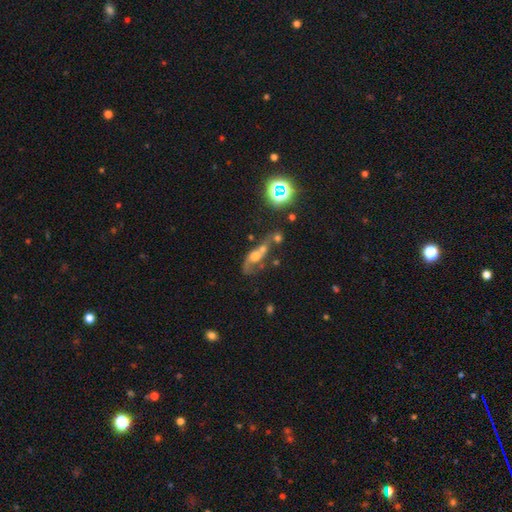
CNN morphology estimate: Smooth or featured?
  - featured or disk: 52% *
  - smooth: 29%
  - star or artifact: 18%
Edge-on disk?
  - no: 84% *
  - yes: 16%
Merging?
  - merger: 39% *
  - none: 25%
  - major disturbance: 22%
  - minor disturbance: 14%